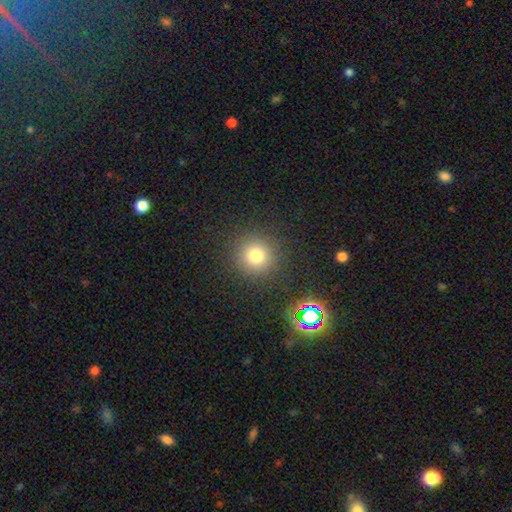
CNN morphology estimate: type=smooth (76%); roundness=round (94%); merging=none (90%).